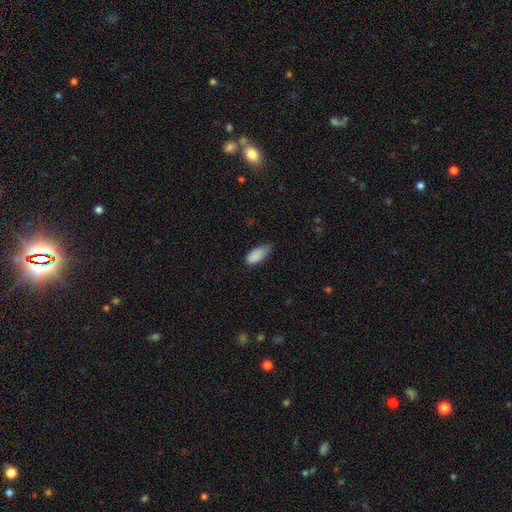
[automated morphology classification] type=smooth (87%); roundness=in between (89%); merging=minor disturbance (47%).